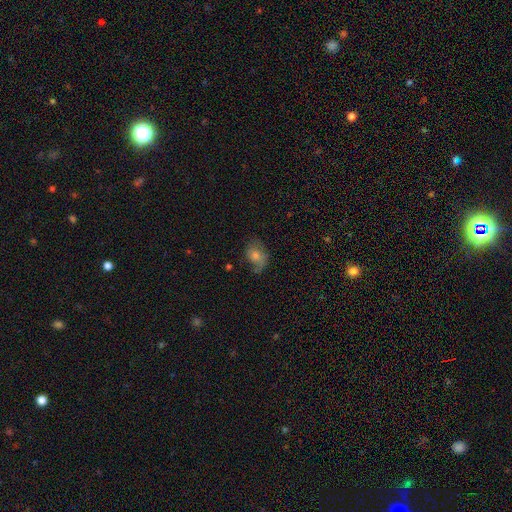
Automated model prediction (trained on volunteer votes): Smooth or featured? Predicted: smooth (p=0.50). How rounded? Predicted: in between (p=0.62). Merging? Predicted: none (p=0.57).